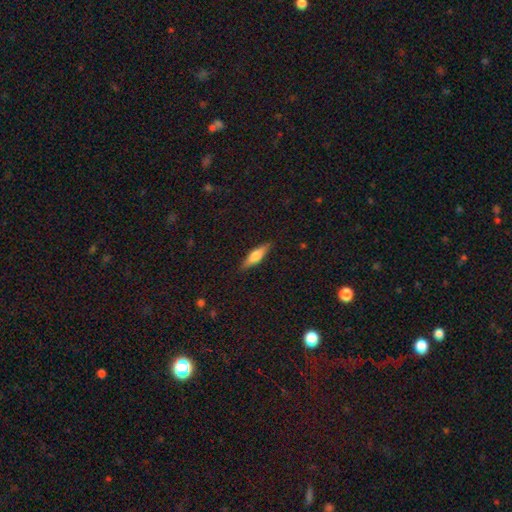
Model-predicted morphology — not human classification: smooth-or-featured: smooth: 59% | featured or disk: 35% | star or artifact: 7%
  how-rounded: cigar-shaped: 63% | in between: 35% | round: 2%
  merging: none: 87% | minor disturbance: 10% | major disturbance: 2% | merger: 1%